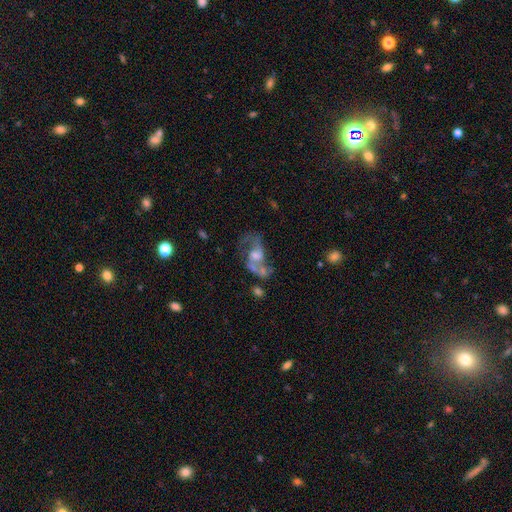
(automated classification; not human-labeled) Smooth or featured? Predicted: featured or disk (p=0.79). Edge-on disk? Predicted: no (p=0.97). Bar? Predicted: no (p=0.49). Spiral arms? Predicted: yes (p=0.85). Spiral winding? Predicted: loose (p=0.61). Spiral arm count? Predicted: 2 (p=0.85). Bulge size? Predicted: moderate (p=0.44). Merging? Predicted: none (p=0.38).